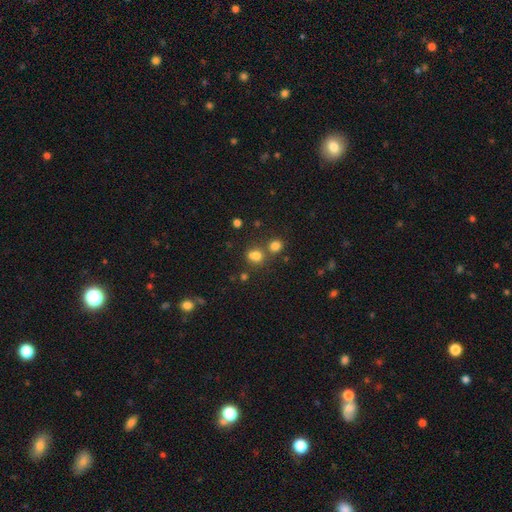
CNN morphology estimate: smooth 73%, star or artifact 18%, featured or disk 9%. Down the decision tree: how rounded — round (66%); merging — none (48%).